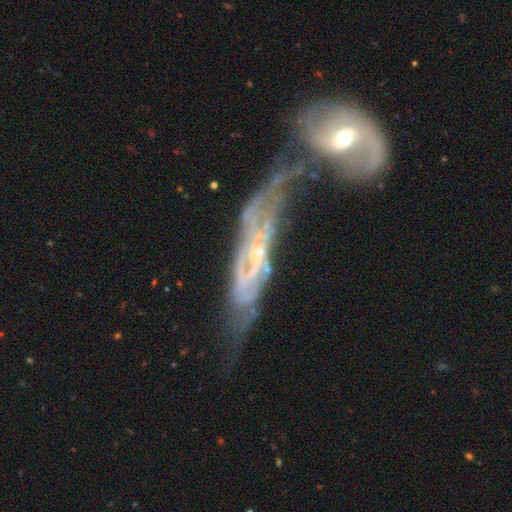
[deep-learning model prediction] Smooth or featured: featured or disk — 82% (smooth — 11%)
Edge-on disk: no — 77% (yes — 23%)
Bar: no — 47% (weak — 34%)
Spiral arms: yes — 81% (no — 19%)
Spiral winding: tight — 43% (medium — 37%)
Spiral arm count: can't tell — 41% (tied with 2 — 41%)
Bulge size: small — 55% (moderate — 35%)
Merging: merger — 46% (none — 23%)